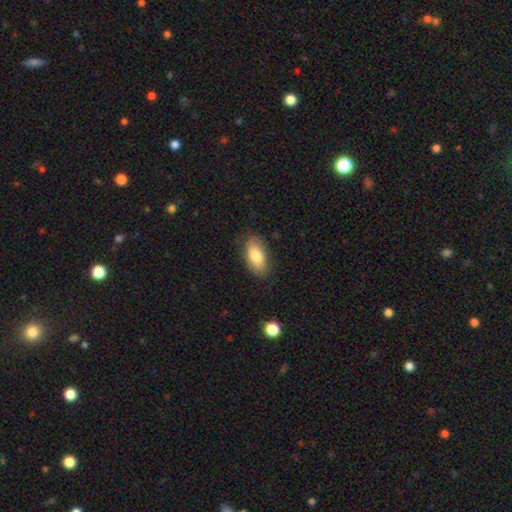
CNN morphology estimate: A smooth galaxy with no disk features (77%) that is in between round and cigar-shaped (92%).

Vote fractions:
- Smooth or featured? smooth: 77% / featured or disk: 17% / star or artifact: 6%
- How rounded? in between: 92% / cigar-shaped: 4% / round: 4%
- Merging? none: 79% / minor disturbance: 16% / major disturbance: 3% / merger: 1%